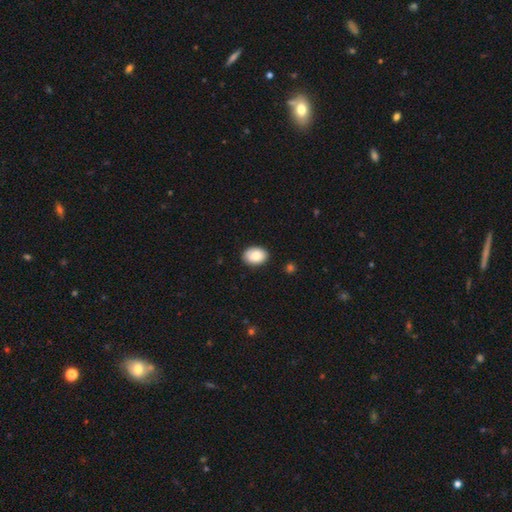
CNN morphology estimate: smooth_or_featured: smooth (p=0.85) [alt: featured or disk p=0.08]
how_rounded: in between (p=0.77) [alt: round p=0.22]
merging: none (p=0.86) [alt: minor disturbance p=0.11]